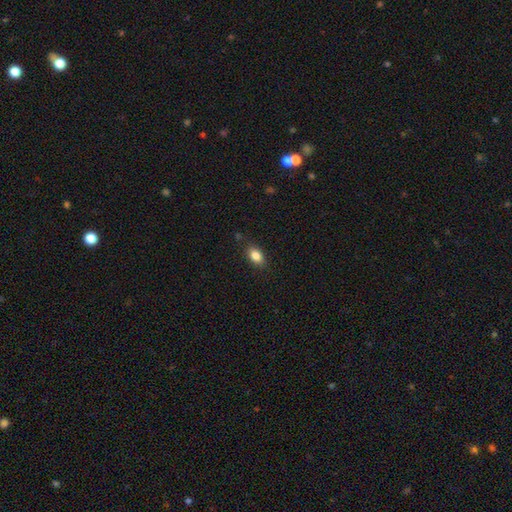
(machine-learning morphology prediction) smooth-or-featured: smooth: 85% | star or artifact: 9% | featured or disk: 7%
  how-rounded: in between: 84% | round: 13% | cigar-shaped: 3%
  merging: none: 85% | minor disturbance: 11% | major disturbance: 3% | merger: 1%